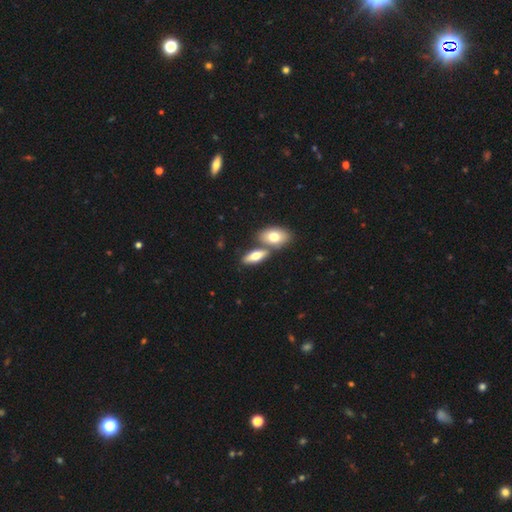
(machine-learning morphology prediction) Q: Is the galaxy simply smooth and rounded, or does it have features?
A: smooth — 69%.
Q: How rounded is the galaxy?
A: in between — 77%.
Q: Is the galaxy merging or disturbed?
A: none — 54%.